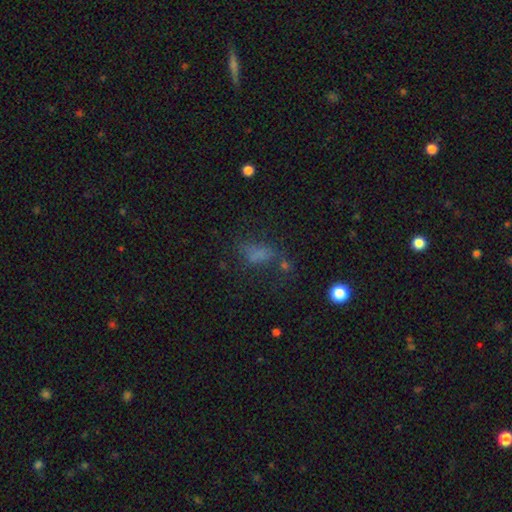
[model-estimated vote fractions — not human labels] Smooth or featured? smooth (55%)
How rounded? in between (71%)
Merging? none (46%)